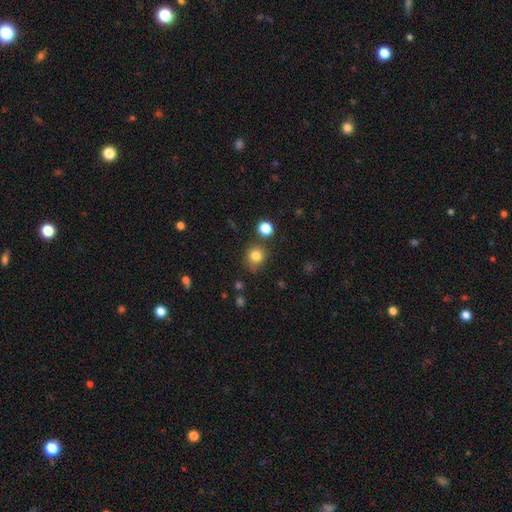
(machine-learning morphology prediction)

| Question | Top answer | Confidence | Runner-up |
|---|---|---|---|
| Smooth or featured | smooth | 82% | star or artifact (12%) |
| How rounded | round | 88% | in between (11%) |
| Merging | none | 77% | minor disturbance (12%) |